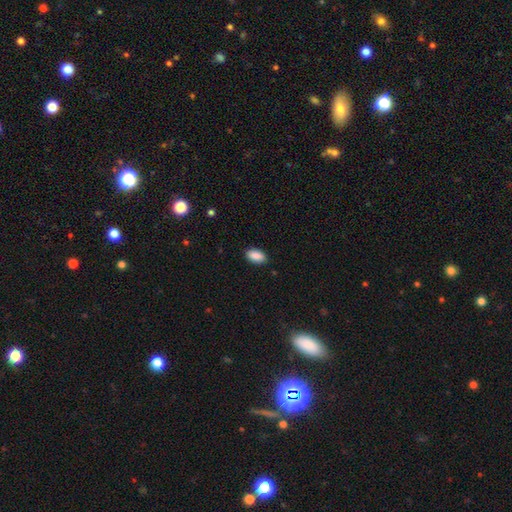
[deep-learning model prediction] This is clearly a smooth galaxy (89%). How rounded: clearly in between (93%). Merging: clearly none (88%).